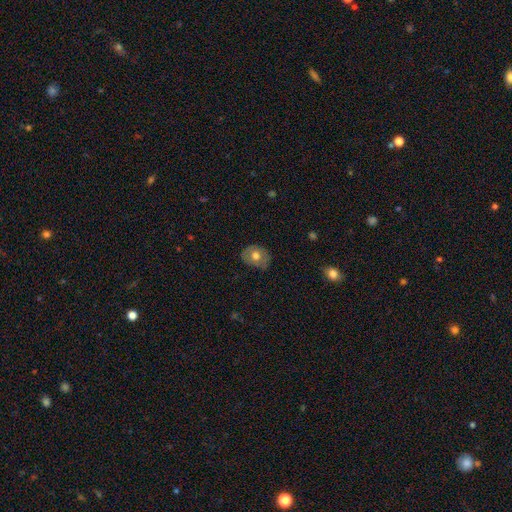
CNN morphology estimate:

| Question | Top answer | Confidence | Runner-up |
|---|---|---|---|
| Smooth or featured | smooth | 60% | featured or disk (33%) |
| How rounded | in between | 52% | round (47%) |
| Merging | none | 79% | minor disturbance (17%) |